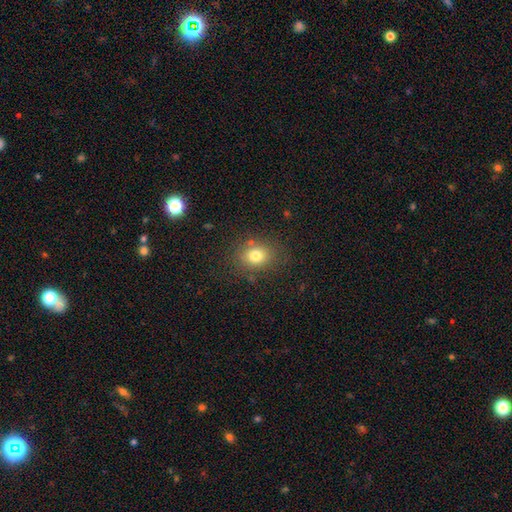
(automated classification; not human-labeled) Smooth or featured? smooth (77%)
How rounded? round (60%)
Merging? none (81%)